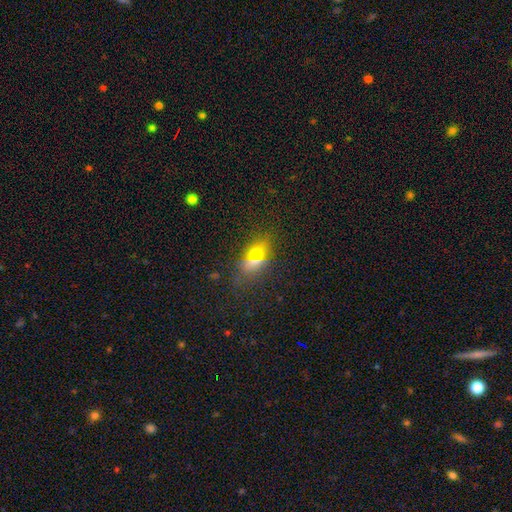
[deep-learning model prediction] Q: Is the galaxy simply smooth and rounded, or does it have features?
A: smooth — 63%.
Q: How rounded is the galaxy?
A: in between — 75%.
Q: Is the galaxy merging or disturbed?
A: none — 78%.